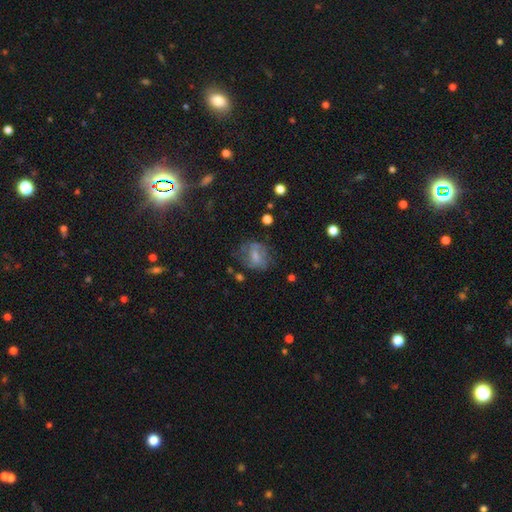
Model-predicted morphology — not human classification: Smooth or featured? Predicted: smooth (p=0.48). Merging? Predicted: none (p=0.50).